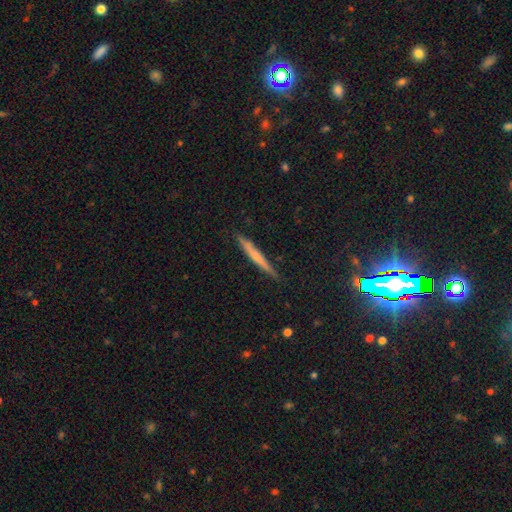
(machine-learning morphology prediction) Smooth or featured? Predicted: smooth (p=0.53). How rounded? Predicted: cigar-shaped (p=0.96). Merging? Predicted: none (p=0.89).